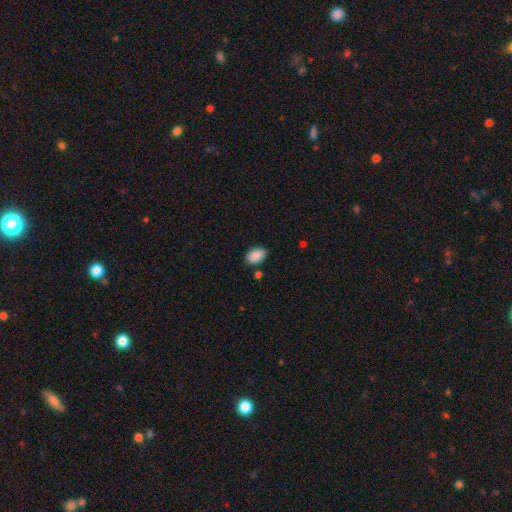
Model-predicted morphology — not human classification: Q: Smooth or featured?
A: smooth (90%); runner-up: star or artifact (7%)
Q: How rounded?
A: in between (90%); runner-up: round (9%)
Q: Merging?
A: none (83%); runner-up: minor disturbance (11%)